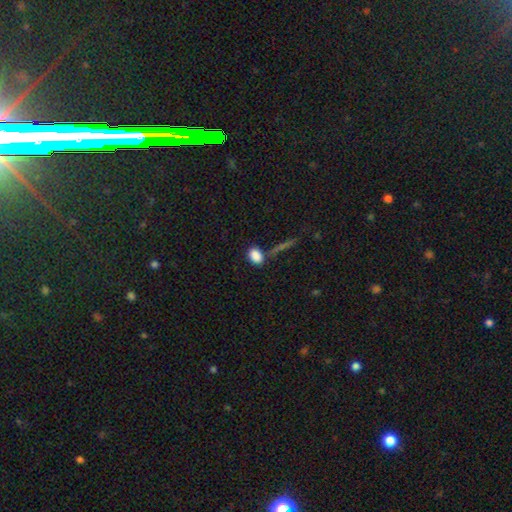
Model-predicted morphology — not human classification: smooth-or-featured: smooth: 85% | star or artifact: 9% | featured or disk: 5%
  how-rounded: in between: 77% | round: 20% | cigar-shaped: 4%
  merging: none: 63% | minor disturbance: 16% | merger: 15% | major disturbance: 6%